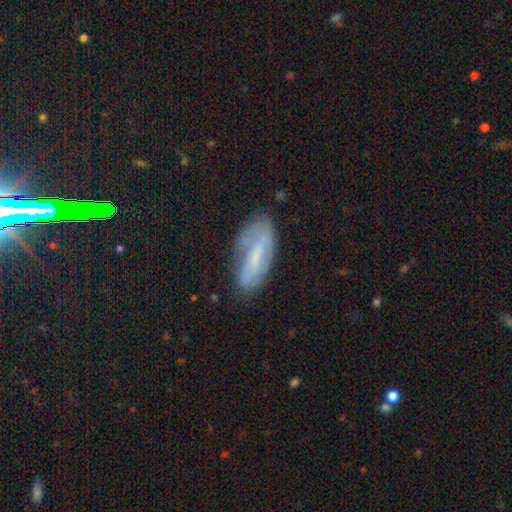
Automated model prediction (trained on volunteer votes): Overall: featured or disk (48%; smooth 42%). Merging: none (65%).